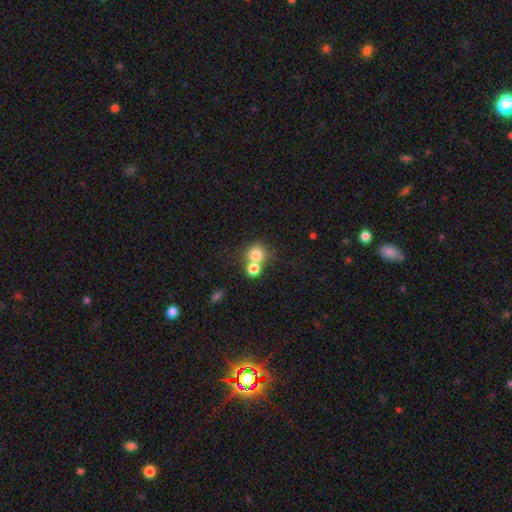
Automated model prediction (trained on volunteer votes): A smooth galaxy with no disk features (78%) that is round (85%). Merging: merger (49%).